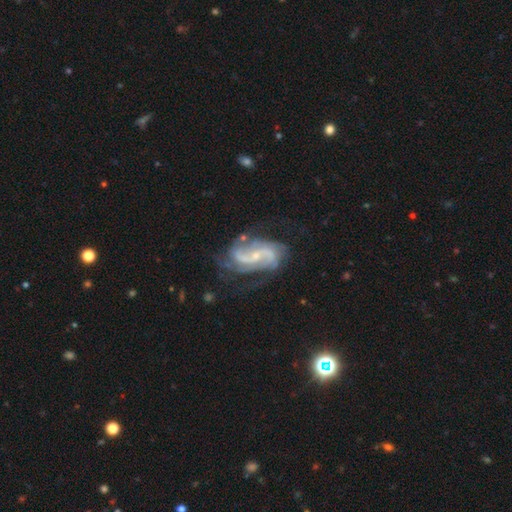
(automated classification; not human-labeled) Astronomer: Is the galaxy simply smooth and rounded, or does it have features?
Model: featured or disk — 88%.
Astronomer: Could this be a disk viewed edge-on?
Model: no — 97%.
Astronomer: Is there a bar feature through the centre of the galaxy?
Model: weak — 45% (runner-up: no, 32%).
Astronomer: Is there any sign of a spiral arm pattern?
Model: yes — 97%.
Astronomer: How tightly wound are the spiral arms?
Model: medium — 48% (runner-up: loose, 32%).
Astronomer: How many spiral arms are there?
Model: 2 — 69%.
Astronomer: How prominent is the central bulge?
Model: small — 70%.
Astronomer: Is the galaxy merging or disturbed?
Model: none — 63%.